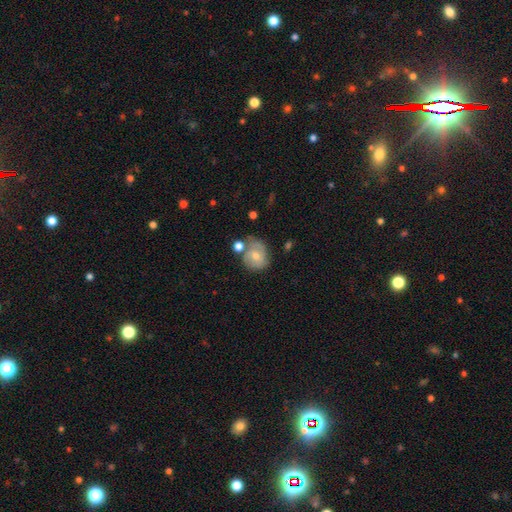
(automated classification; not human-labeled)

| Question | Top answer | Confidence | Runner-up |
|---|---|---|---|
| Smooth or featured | featured or disk | 47% | smooth (45%) |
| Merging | none | 49% | minor disturbance (23%) |